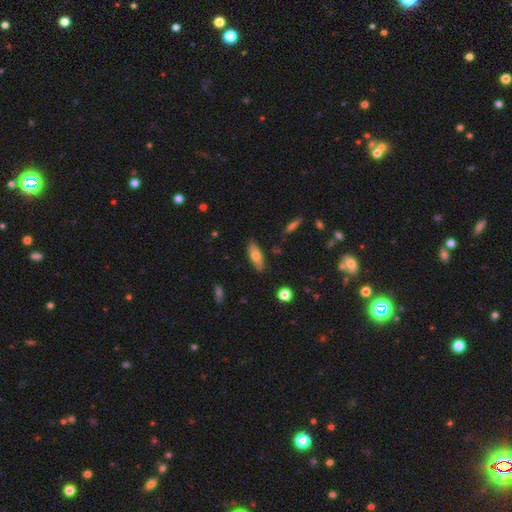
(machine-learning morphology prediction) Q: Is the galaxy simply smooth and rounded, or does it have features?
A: smooth — 68%.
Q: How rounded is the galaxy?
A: in between — 64%.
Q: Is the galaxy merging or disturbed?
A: none — 83%.